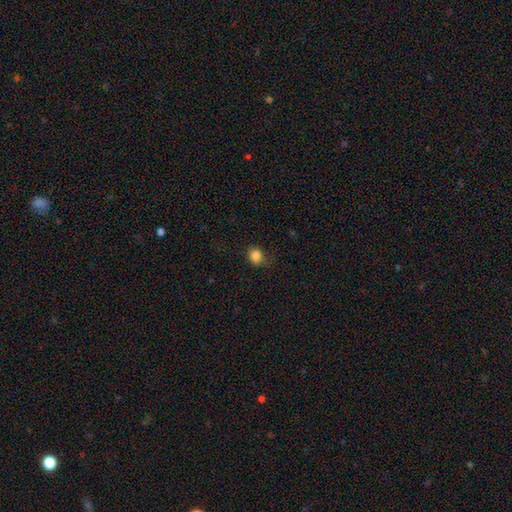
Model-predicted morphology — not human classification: Smooth or featured? smooth (85%)
How rounded? round (76%)
Merging? none (72%)